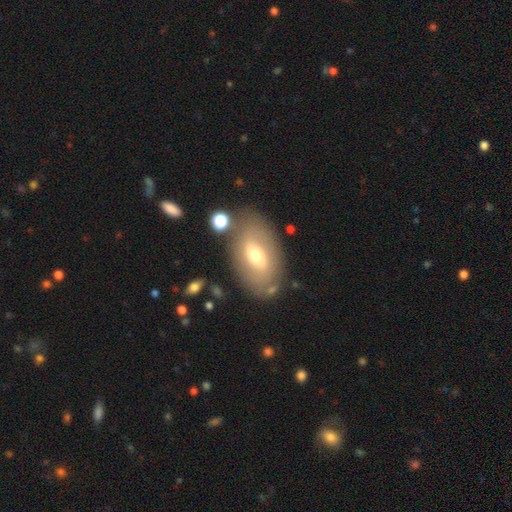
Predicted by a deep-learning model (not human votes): smooth 52%, featured or disk 40%, star or artifact 8%. Down the decision tree: how rounded — in between (90%); merging — none (74%).